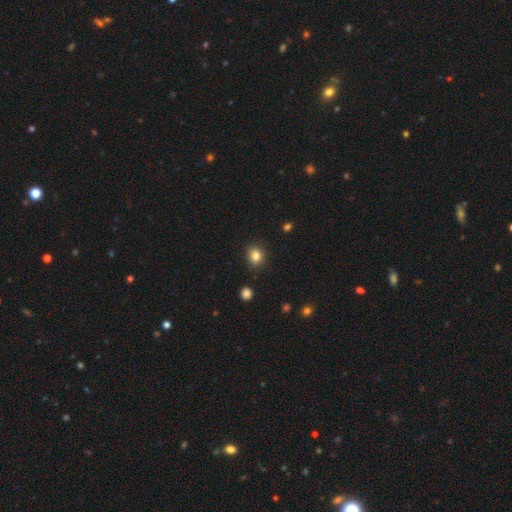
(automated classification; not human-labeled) Q: Smooth or featured?
A: smooth (84%); runner-up: star or artifact (11%)
Q: How rounded?
A: round (61%); runner-up: in between (38%)
Q: Merging?
A: none (87%); runner-up: minor disturbance (9%)